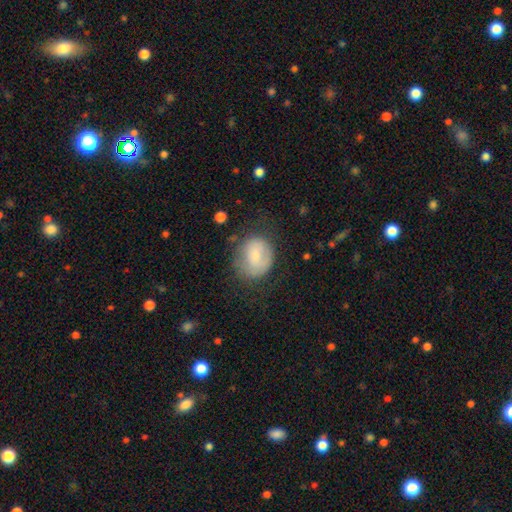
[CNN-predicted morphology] This appears to be a smooth galaxy with no disk features (67%) that is round (60%). Merging: none (56%).